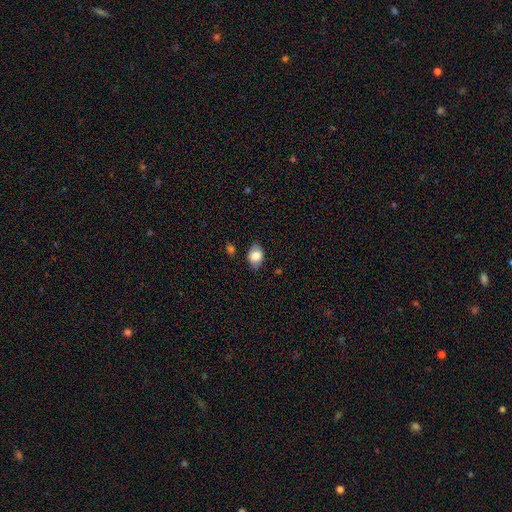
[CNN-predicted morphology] smooth 78%, featured or disk 14%, star or artifact 8%. Down the decision tree: how rounded — in between (78%); merging — none (78%).